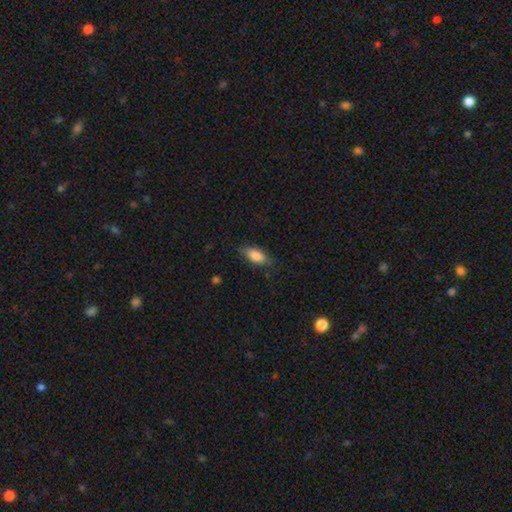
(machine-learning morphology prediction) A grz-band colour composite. It shows a smooth galaxy with no disk features (85%) that is in between round and cigar-shaped (86%). Merging: none (78%).